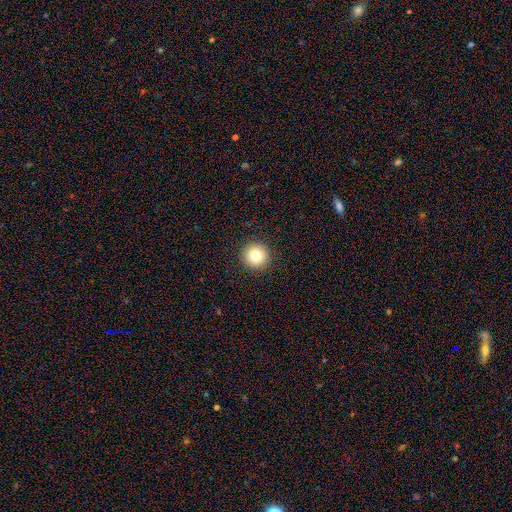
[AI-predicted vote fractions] Smooth or featured: smooth — 81% (star or artifact — 11%)
How rounded: round — 96% (in between — 4%)
Merging: none — 92% (minor disturbance — 5%)